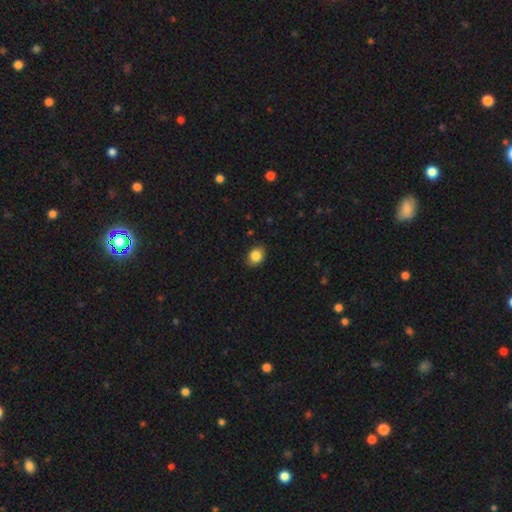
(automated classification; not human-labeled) A smooth galaxy with no disk features (85%) that is round (50%). Merging: none (86%).